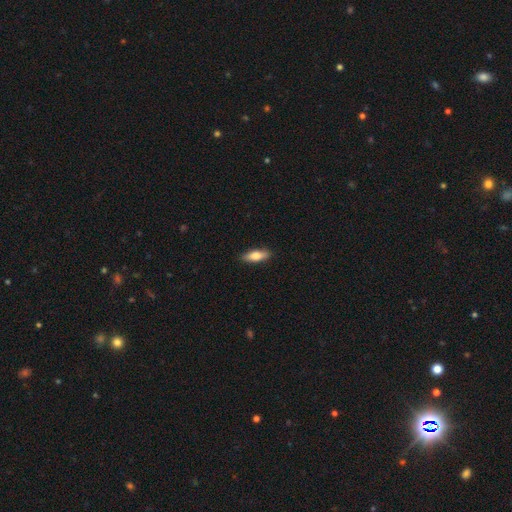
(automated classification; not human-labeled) The model was most divided on "how rounded": in between: 62%, cigar-shaped: 35%, round: 2%. More confident: merging — none (87%); smooth or featured — smooth (79%).